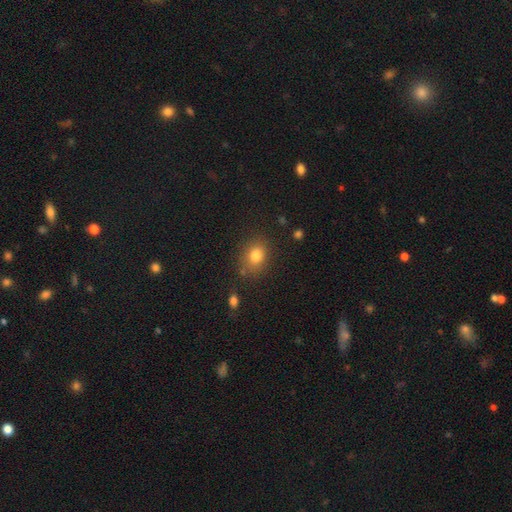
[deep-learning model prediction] This is clearly a smooth galaxy (80%). How rounded: possibly in between (52%). Merging: likely none (78%).